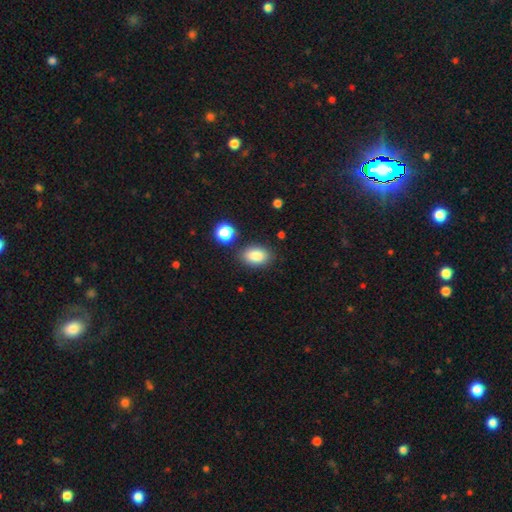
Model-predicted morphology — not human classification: The model was most divided on "merging": none: 81%, minor disturbance: 11%, merger: 4%, major disturbance: 3%. More confident: how rounded — in between (86%); smooth or featured — smooth (86%).